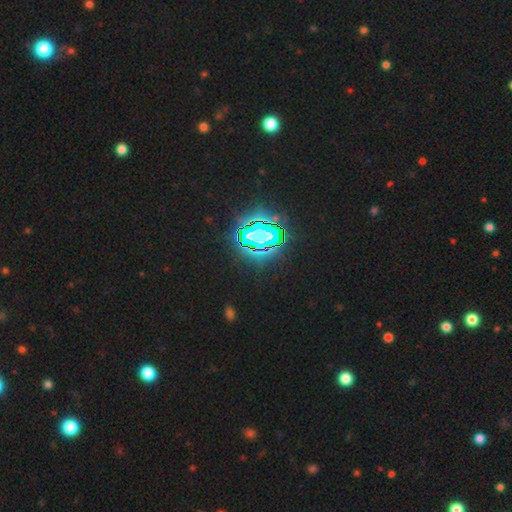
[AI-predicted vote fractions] smooth-or-featured: star or artifact: 84% | smooth: 10% | featured or disk: 6%